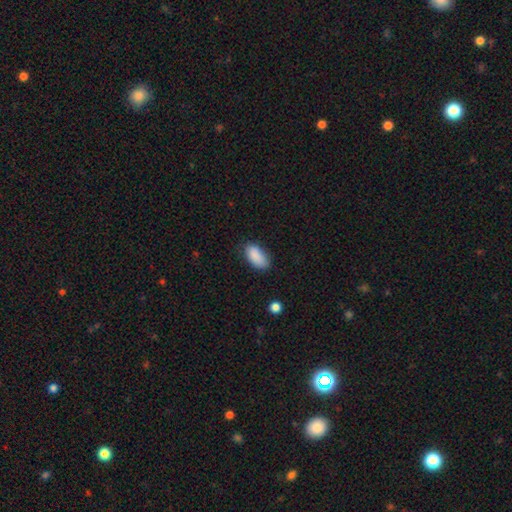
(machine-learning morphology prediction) This is clearly a smooth galaxy (88%). How rounded: clearly in between (93%). Merging: likely none (73%).